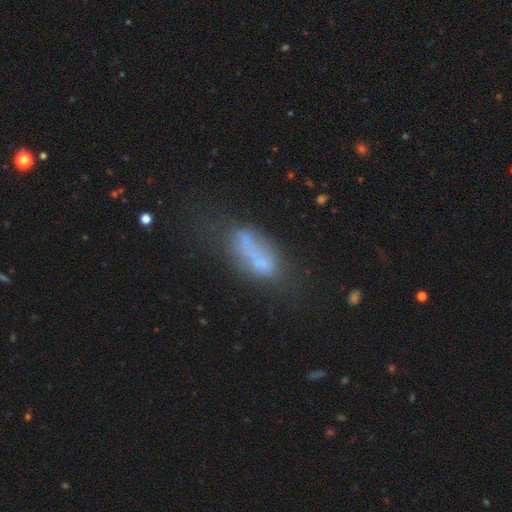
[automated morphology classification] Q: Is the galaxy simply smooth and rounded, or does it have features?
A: smooth — 50%.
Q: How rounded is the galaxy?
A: in between — 64%.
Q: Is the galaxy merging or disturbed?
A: none — 33%.